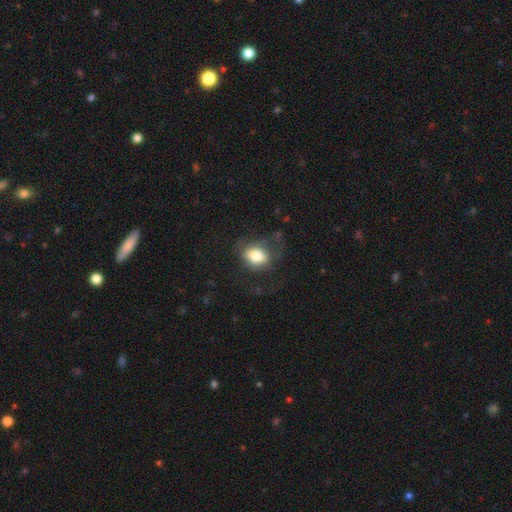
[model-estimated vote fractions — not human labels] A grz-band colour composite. It shows a smooth galaxy with no disk features (74%) that is in between round and cigar-shaped (67%). Merging: none (50%).